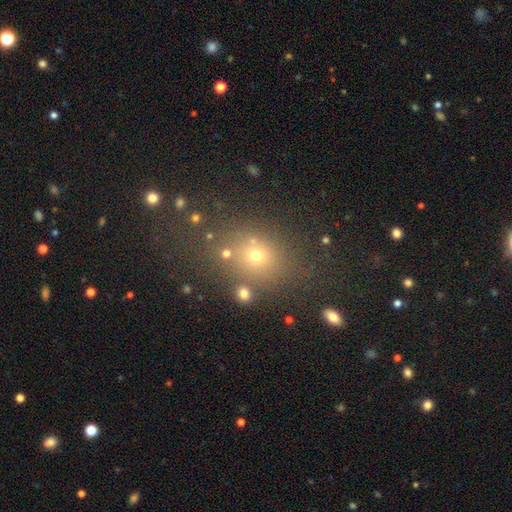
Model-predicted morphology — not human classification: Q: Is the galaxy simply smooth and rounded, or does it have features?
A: smooth — 64%.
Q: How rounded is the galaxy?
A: round — 64%.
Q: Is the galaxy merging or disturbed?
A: none — 71%.